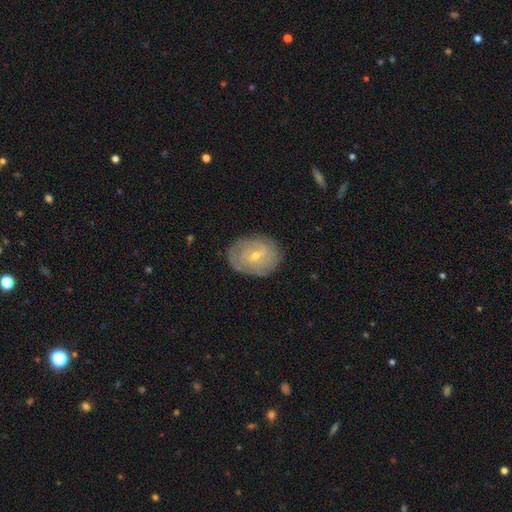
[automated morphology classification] smooth-or-featured: featured or disk: 68% | smooth: 24% | star or artifact: 7%
  disk-edge-on: no: 96% | yes: 4%
    bar: weak: 44% (tied) | no: 44% (tied) | strong: 12%
    has-spiral-arms: yes: 76% | no: 24%
    bulge-size: small: 68% | moderate: 29% | none: 1% | large: 1% | dominant: 1%
  merging: none: 79% | minor disturbance: 16% | major disturbance: 5% | merger: 1%